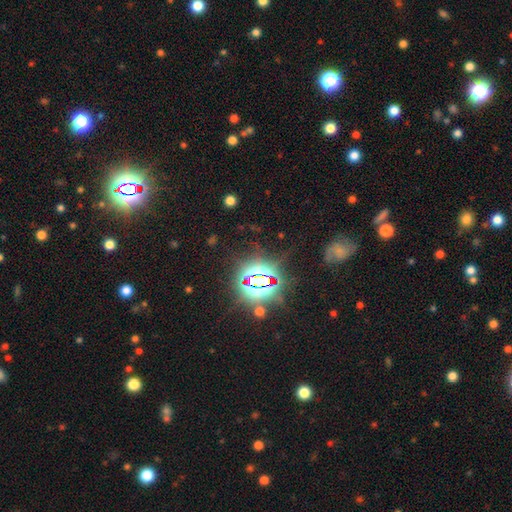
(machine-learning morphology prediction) type=star or artifact (81%).